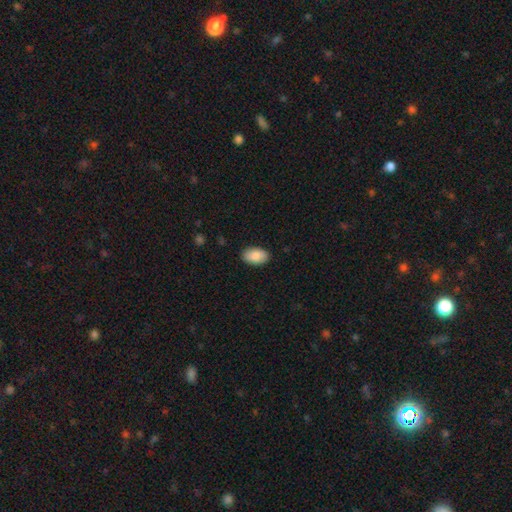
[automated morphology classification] A smooth galaxy with no disk features (88%) that is in between round and cigar-shaped (93%). Merging: none (89%).